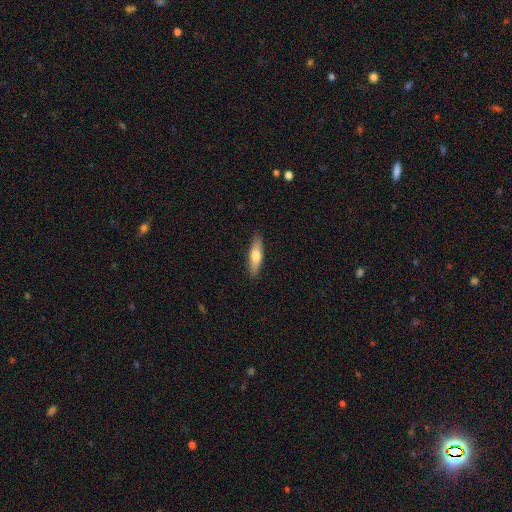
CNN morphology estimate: Smooth or featured? Predicted: smooth (p=0.65). How rounded? Predicted: cigar-shaped (p=0.61). Merging? Predicted: none (p=0.89).